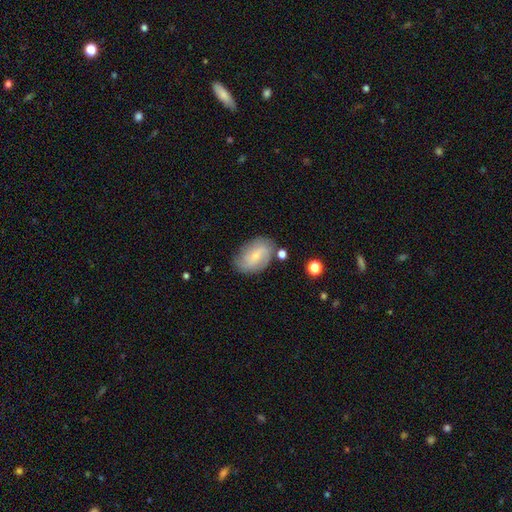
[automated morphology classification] smooth_or_featured: featured or disk (p=0.49) [alt: smooth p=0.43]
merging: none (p=0.72) [alt: minor disturbance p=0.18]